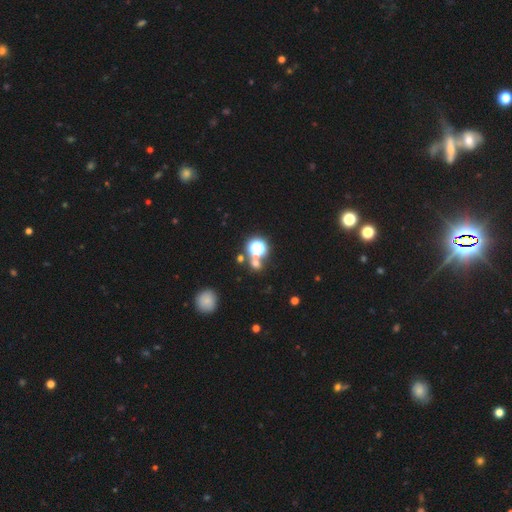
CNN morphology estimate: Smooth or featured: star or artifact — 47% (smooth — 43%)